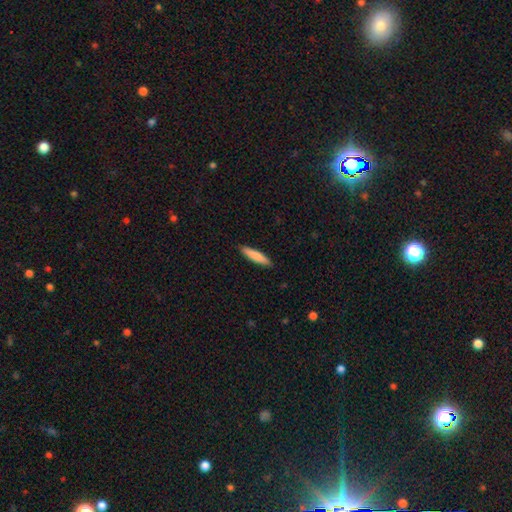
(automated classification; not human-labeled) This appears to be a smooth galaxy with no disk features (83%) that is cigar-shaped (84%). Merging: none (90%).